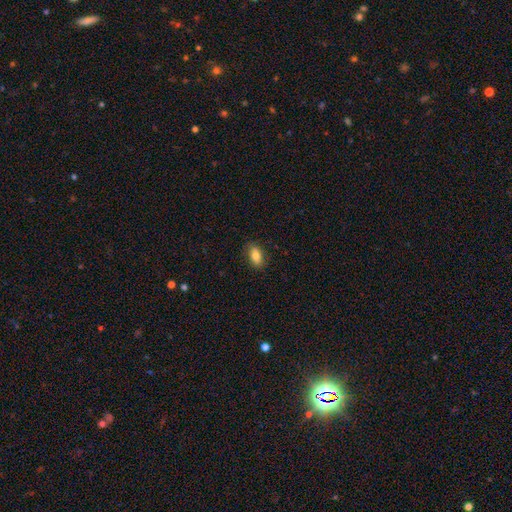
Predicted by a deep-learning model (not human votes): A smooth galaxy with no disk features (83%) that is in between round and cigar-shaped (90%).

Vote fractions:
- Smooth or featured? smooth: 83% / featured or disk: 9% / star or artifact: 8%
- How rounded? in between: 90% / round: 5% / cigar-shaped: 5%
- Merging? none: 85% / minor disturbance: 11% / major disturbance: 3% / merger: 1%